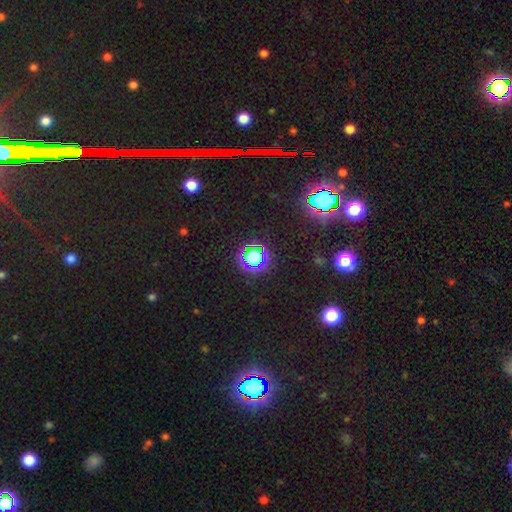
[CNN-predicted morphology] This is likely a star or artifact rather than a galaxy (66%).